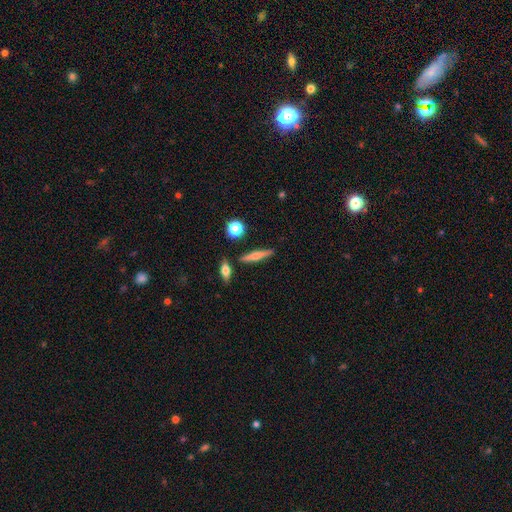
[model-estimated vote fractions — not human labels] A smooth galaxy with no disk features (52%) that is cigar-shaped (80%). Merging: none (84%).